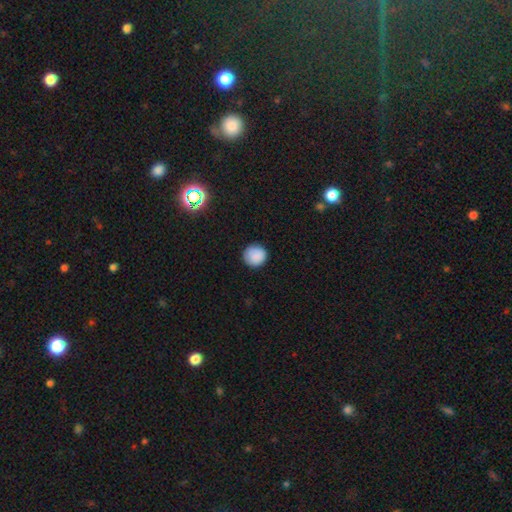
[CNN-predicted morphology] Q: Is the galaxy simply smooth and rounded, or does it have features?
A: smooth — 88%.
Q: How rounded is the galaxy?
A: round — 95%.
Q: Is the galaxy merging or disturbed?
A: none — 90%.